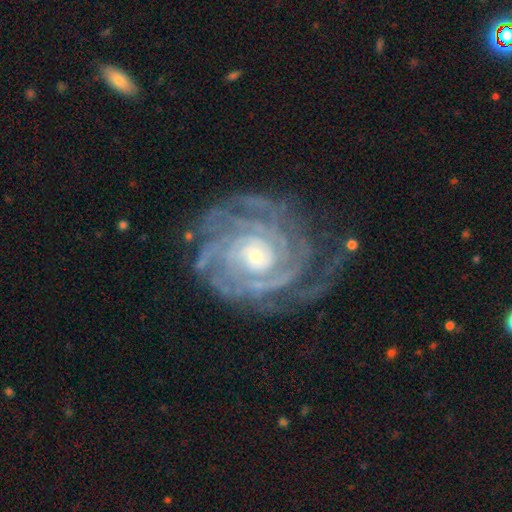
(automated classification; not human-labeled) Smooth or featured?
  - featured or disk: 91% *
  - star or artifact: 5%
  - smooth: 4%
Edge-on disk?
  - no: 97% *
  - yes: 3%
Bar?
  - no: 75% *
  - weak: 17%
  - strong: 8%
Spiral arms?
  - yes: 98% *
  - no: 2%
Spiral winding?
  - tight: 79% *
  - medium: 18%
  - loose: 4%
Spiral arm count?
  - more than 4: 21% * (tied)
  - can't tell: 21% * (tied)
  - 4: 20%
  - 3: 15%
  - 2: 14%
  - 1: 9%
Bulge size?
  - small: 64% *
  - moderate: 29%
  - large: 5%
  - none: 1%
  - dominant: 1%
Merging?
  - none: 70% *
  - minor disturbance: 17%
  - major disturbance: 11%
  - merger: 2%